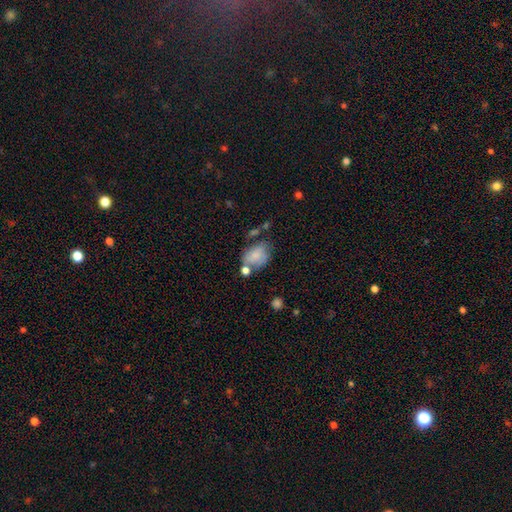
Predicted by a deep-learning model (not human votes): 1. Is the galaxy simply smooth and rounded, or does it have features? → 74% smooth, 17% featured or disk, 8% star or artifact.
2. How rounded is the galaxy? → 75% in between, 24% round, 1% cigar-shaped.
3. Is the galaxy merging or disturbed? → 44% none, 25% minor disturbance, 19% merger, 12% major disturbance.